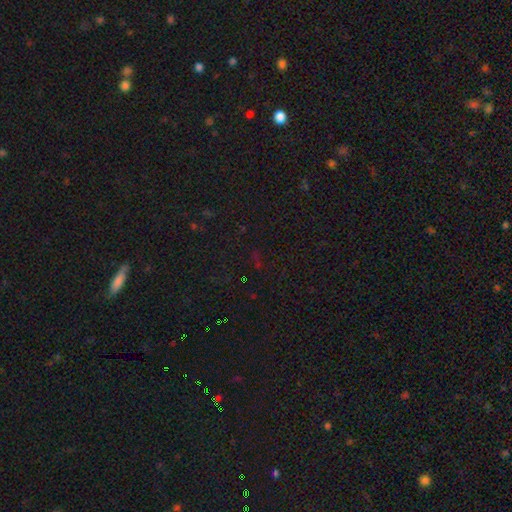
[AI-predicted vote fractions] A star or artifact, not a galaxy (69%).